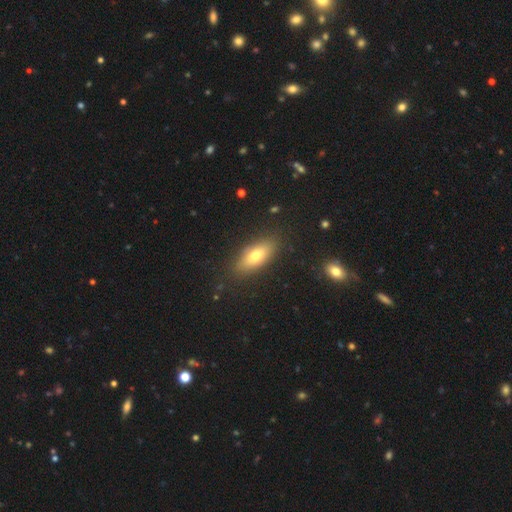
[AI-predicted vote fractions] smooth 68%, featured or disk 24%, star or artifact 8%. Down the decision tree: how rounded — in between (78%); merging — none (85%).